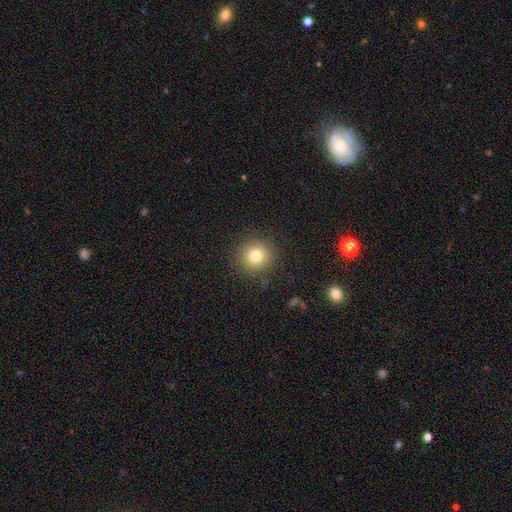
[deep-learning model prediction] A smooth galaxy with no disk features (79%) that is round (92%).

Vote fractions:
- Smooth or featured? smooth: 79% / star or artifact: 12% / featured or disk: 8%
- How rounded? round: 92% / in between: 7% / cigar-shaped: 1%
- Merging? none: 89% / minor disturbance: 7% / major disturbance: 3% / merger: 1%